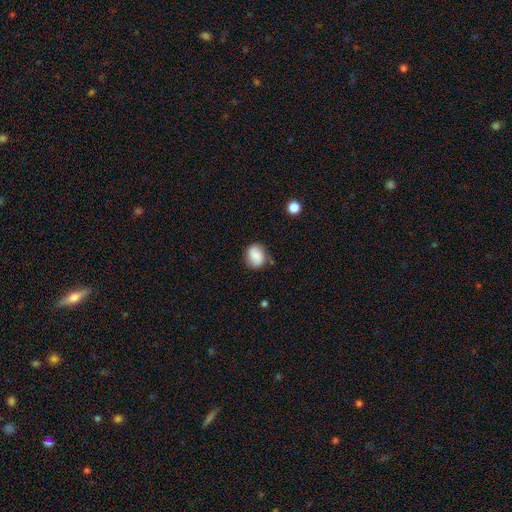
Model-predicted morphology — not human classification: Smooth or featured? smooth (80%)
How rounded? round (52%)
Merging? none (69%)